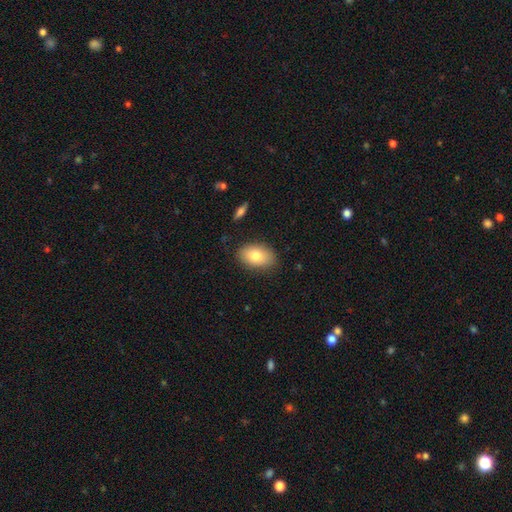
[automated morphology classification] smooth-or-featured: smooth: 80% | featured or disk: 13% | star or artifact: 7%
  how-rounded: in between: 90% | round: 9% | cigar-shaped: 1%
  merging: none: 84% | minor disturbance: 12% | major disturbance: 3% | merger: 1%